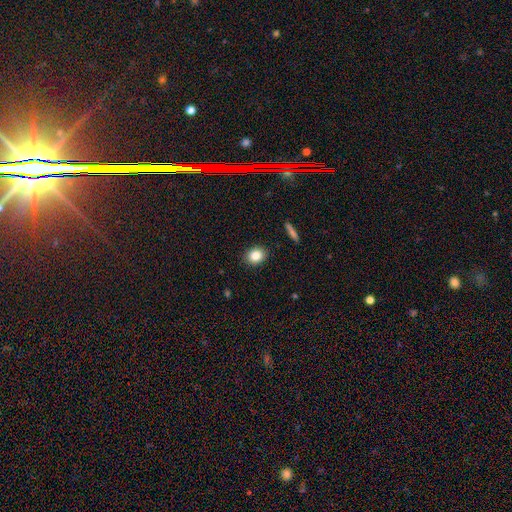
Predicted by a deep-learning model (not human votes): Overall: smooth (84%). How rounded: round (55%; in between 44%). Merging: none (89%).